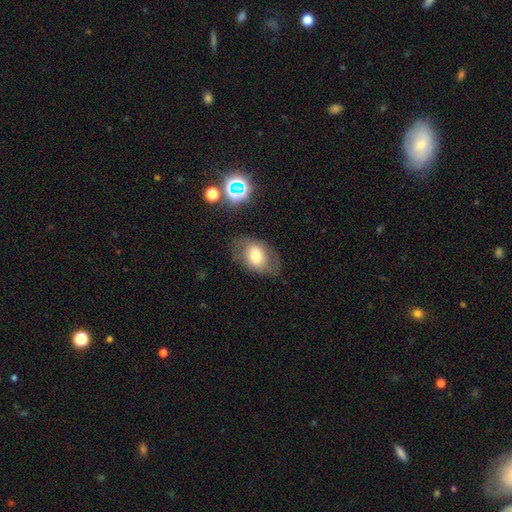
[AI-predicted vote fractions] A smooth galaxy with no disk features (65%) that is in between round and cigar-shaped (79%).

Vote fractions:
- Smooth or featured? smooth: 65% / featured or disk: 24% / star or artifact: 10%
- How rounded? in between: 79% / round: 20% / cigar-shaped: 1%
- Merging? none: 69% / minor disturbance: 19% / major disturbance: 9% / merger: 2%